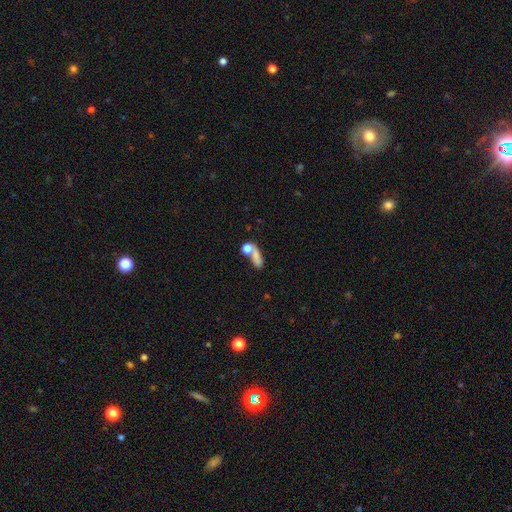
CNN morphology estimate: The model was most divided on "merging": none: 41%, merger: 37%, minor disturbance: 12%, major disturbance: 11%. More confident: smooth or featured — smooth (74%); how rounded — in between (52%).